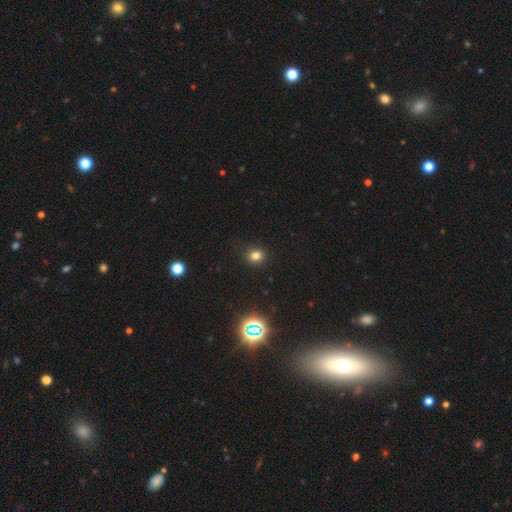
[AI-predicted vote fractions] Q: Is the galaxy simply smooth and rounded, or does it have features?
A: smooth — 76%.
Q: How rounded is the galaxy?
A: round — 72%.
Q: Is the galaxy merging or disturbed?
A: none — 87%.